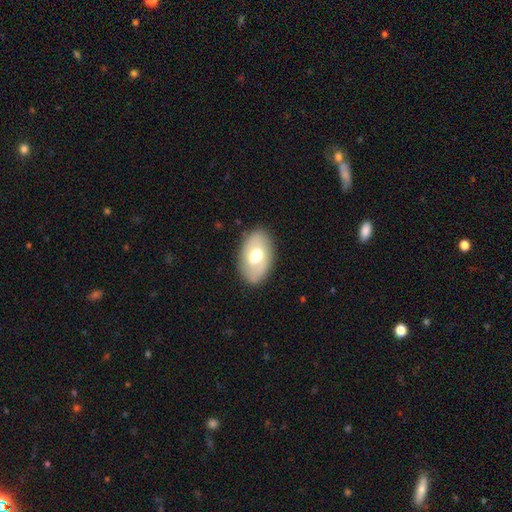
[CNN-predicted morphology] Smooth or featured: smooth — 59% (featured or disk — 35%)
How rounded: in between — 90% (round — 9%)
Merging: none — 83% (minor disturbance — 12%)